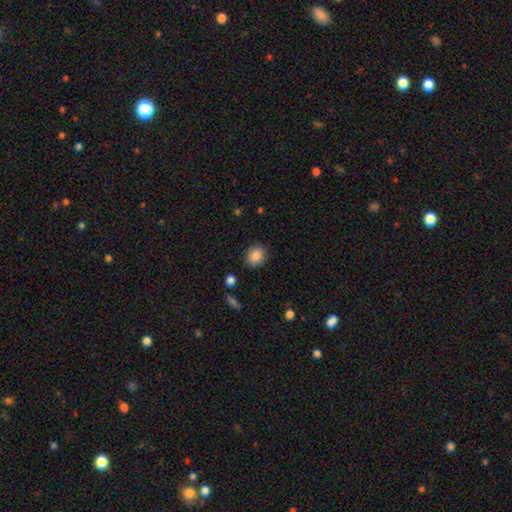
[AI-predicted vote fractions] Smooth or featured?
  - smooth: 86% *
  - star or artifact: 9%
  - featured or disk: 6%
How rounded?
  - round: 60% *
  - in between: 39%
  - cigar-shaped: 1%
Merging?
  - none: 87% *
  - minor disturbance: 9%
  - major disturbance: 2%
  - merger: 1%